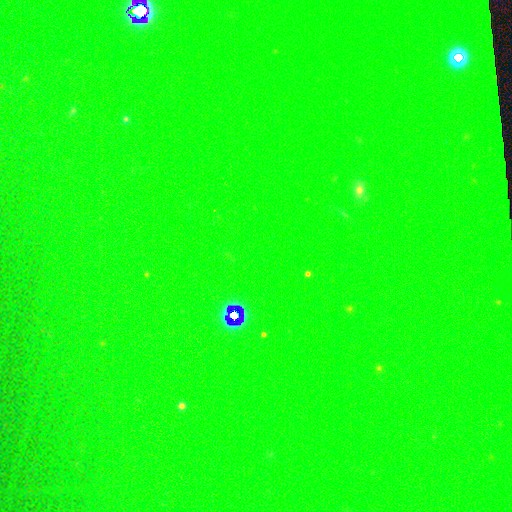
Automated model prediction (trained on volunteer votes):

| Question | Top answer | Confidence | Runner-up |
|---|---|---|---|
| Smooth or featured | star or artifact | 74% | smooth (18%) |